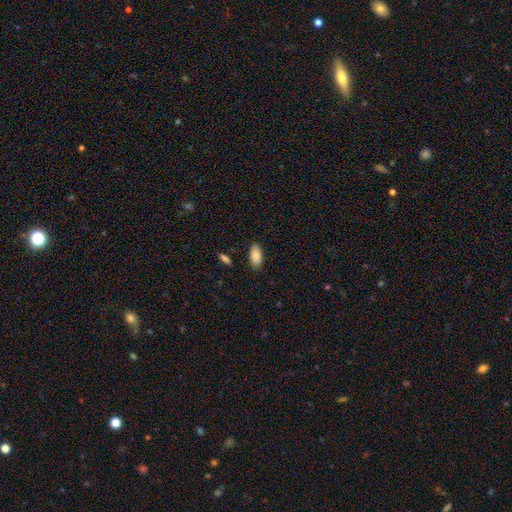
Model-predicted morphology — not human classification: This appears to be a smooth galaxy with no disk features (87%) that is in between round and cigar-shaped (92%). Merging: none (85%).